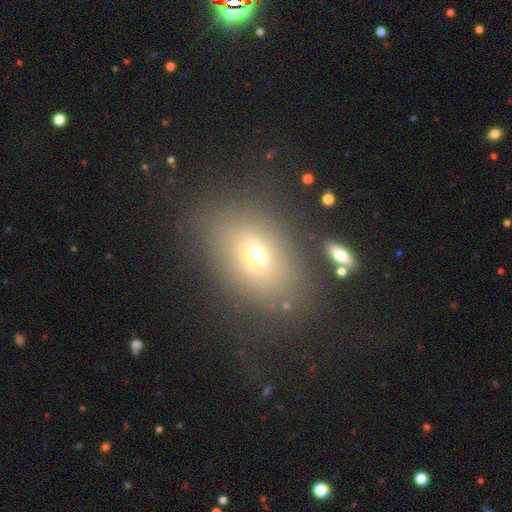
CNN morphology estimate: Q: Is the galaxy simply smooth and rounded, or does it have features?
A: smooth — 60%.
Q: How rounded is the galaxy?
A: in between — 74%.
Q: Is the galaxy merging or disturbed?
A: none — 71%.